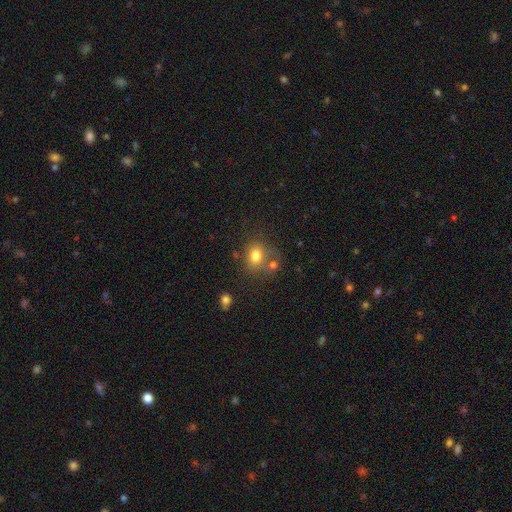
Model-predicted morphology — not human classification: This is likely a smooth galaxy (77%). How rounded: likely round (61%). Merging: possibly none (55%).